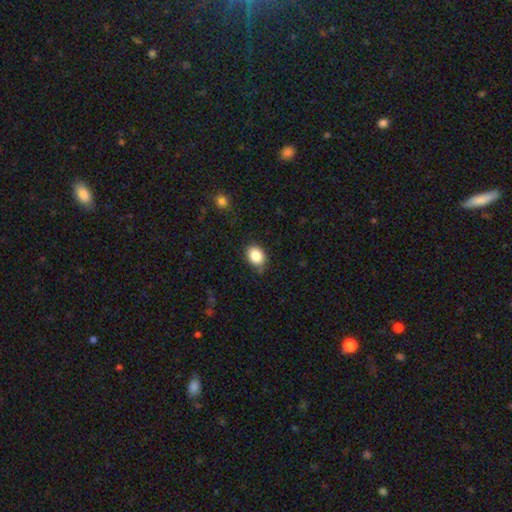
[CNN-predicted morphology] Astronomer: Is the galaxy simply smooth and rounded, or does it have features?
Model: smooth — 86%.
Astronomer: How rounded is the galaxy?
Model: in between — 59% (runner-up: round, 40%).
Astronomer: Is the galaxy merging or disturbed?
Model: none — 77%.